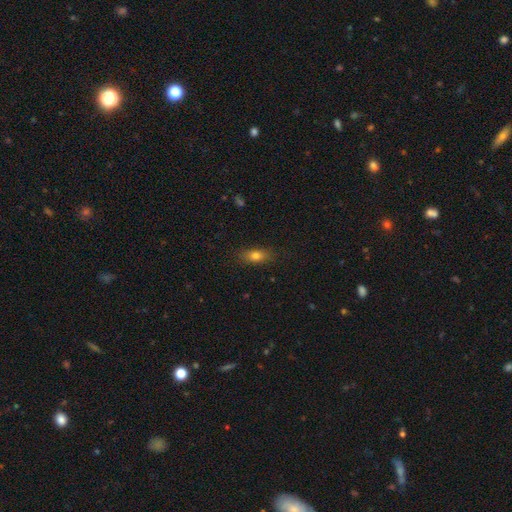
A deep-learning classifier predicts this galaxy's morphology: This appears to be a smooth galaxy with no disk features (77%) that is in between round and cigar-shaped (75%). Merging: none (83%).